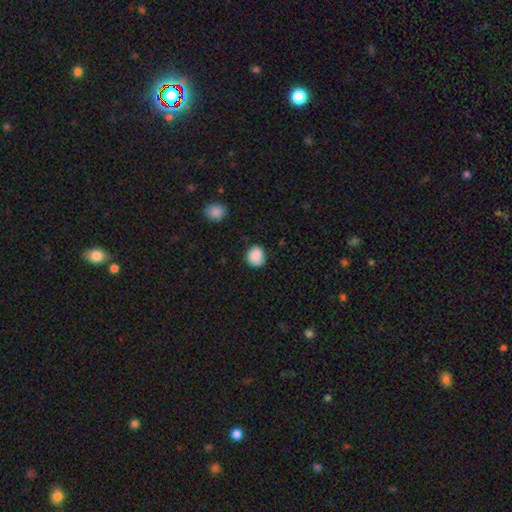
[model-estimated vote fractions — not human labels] Smooth or featured? Predicted: smooth (p=0.87). How rounded? Predicted: round (p=0.79). Merging? Predicted: none (p=0.79).